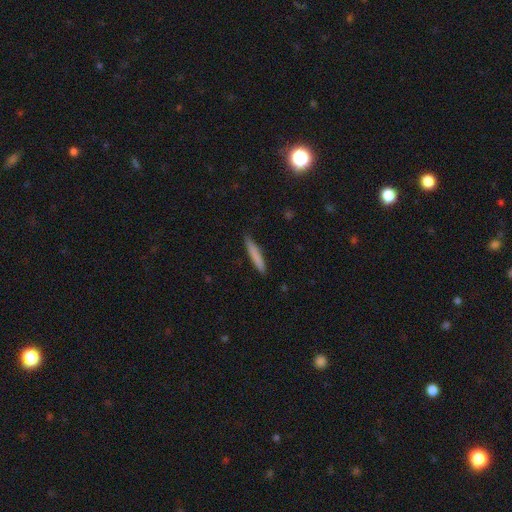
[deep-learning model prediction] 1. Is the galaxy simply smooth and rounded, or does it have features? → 78% smooth, 16% featured or disk, 6% star or artifact.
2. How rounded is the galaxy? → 94% cigar-shaped, 4% in between, 1% round.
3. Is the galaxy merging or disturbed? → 88% none, 9% minor disturbance, 2% major disturbance, 1% merger.